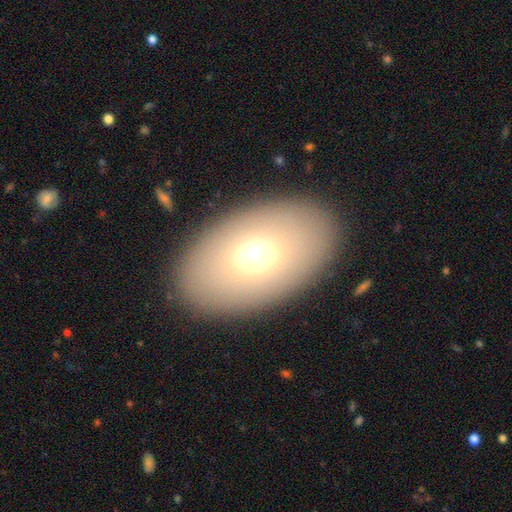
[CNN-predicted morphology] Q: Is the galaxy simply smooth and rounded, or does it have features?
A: smooth — 69%.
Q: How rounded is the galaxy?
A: in between — 88%.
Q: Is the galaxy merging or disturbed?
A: none — 88%.